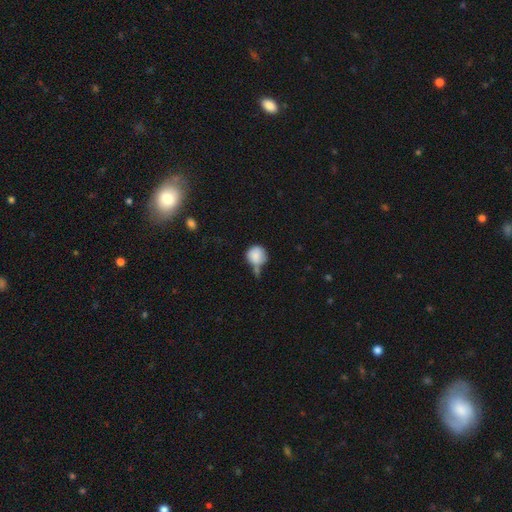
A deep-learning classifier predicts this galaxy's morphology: This appears to be a smooth galaxy with no disk features (84%) that is round (90%). Merging: none (38%).